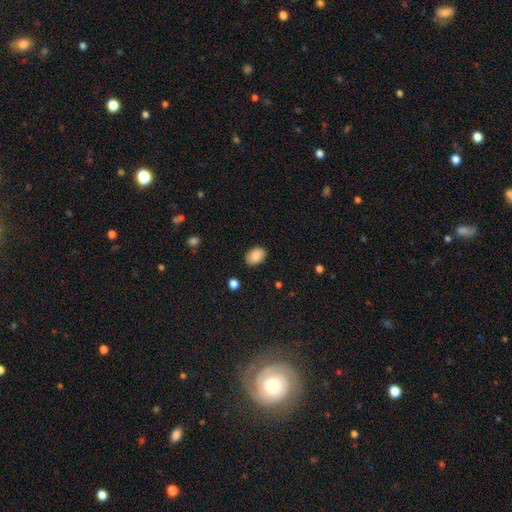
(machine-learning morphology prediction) Q: Smooth or featured?
A: smooth (87%); runner-up: star or artifact (8%)
Q: How rounded?
A: in between (75%); runner-up: round (24%)
Q: Merging?
A: none (86%); runner-up: minor disturbance (11%)